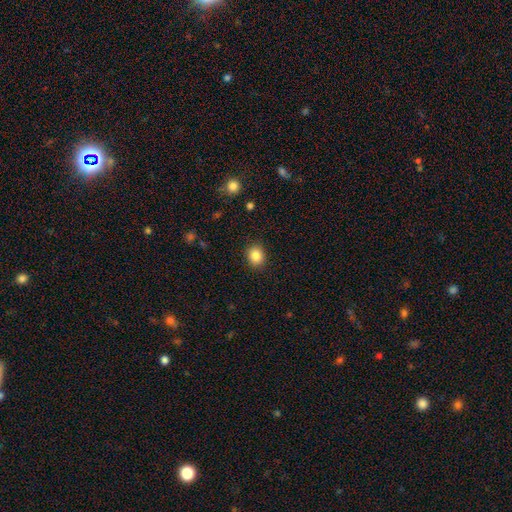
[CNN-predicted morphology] Overall: smooth (86%). How rounded: round (65%; in between 34%). Merging: none (89%).